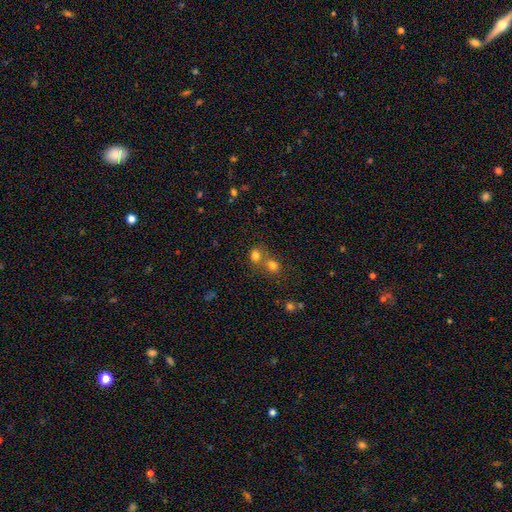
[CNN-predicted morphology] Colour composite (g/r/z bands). It shows a smooth galaxy with no disk features (76%) that is round (72%). Merging: merger (47%).